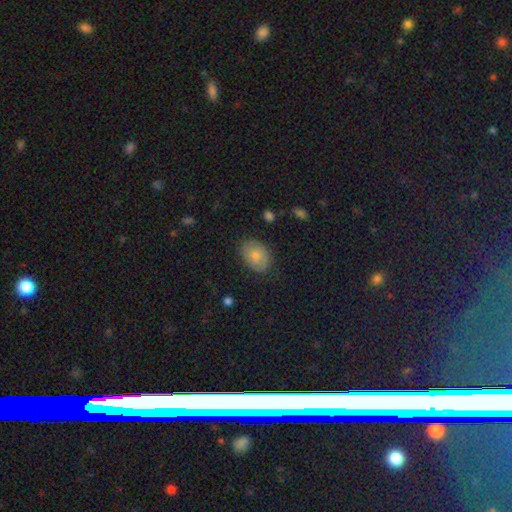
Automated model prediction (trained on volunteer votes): Morphology: type=smooth (72%); roundness=in between (77%); merging=none (82%).